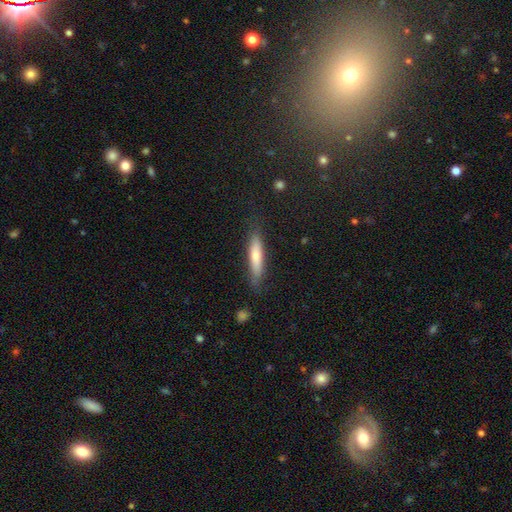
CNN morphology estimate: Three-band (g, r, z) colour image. It shows a smooth galaxy with no disk features (54%) that is cigar-shaped (89%). Merging: none (84%).